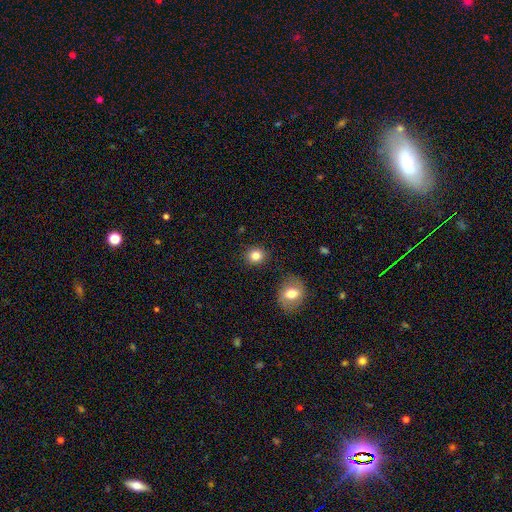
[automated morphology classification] type=smooth (83%); roundness=round (81%); merging=none (87%).